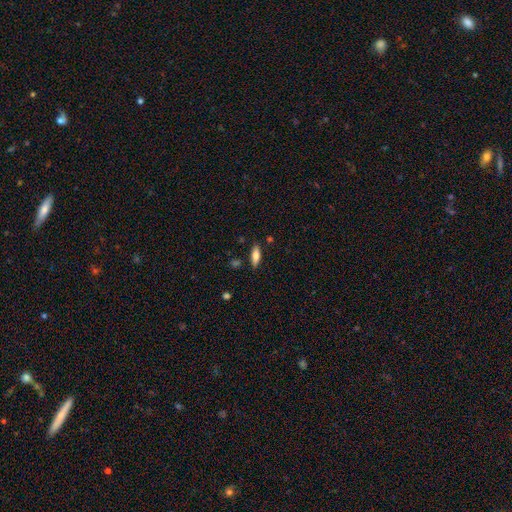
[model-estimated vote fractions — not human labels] This appears to be a smooth galaxy with no disk features (70%) that is in between round and cigar-shaped (60%). Merging: none (85%).